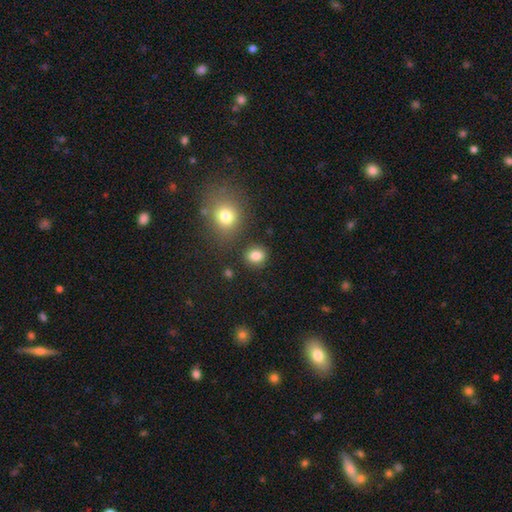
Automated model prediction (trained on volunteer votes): smooth 83%, star or artifact 11%, featured or disk 6%. Down the decision tree: how rounded — round (64%); merging — none (84%).